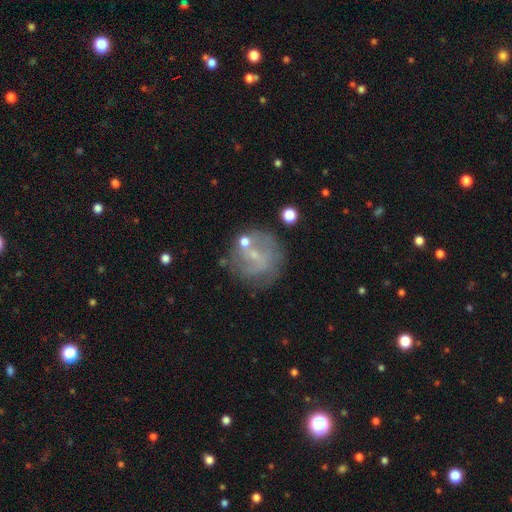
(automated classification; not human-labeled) This appears to be a featured or disk galaxy (52%) with no bar (45%), spiral arms (51%) and a small central bulge (65%). Merging: none (61%).